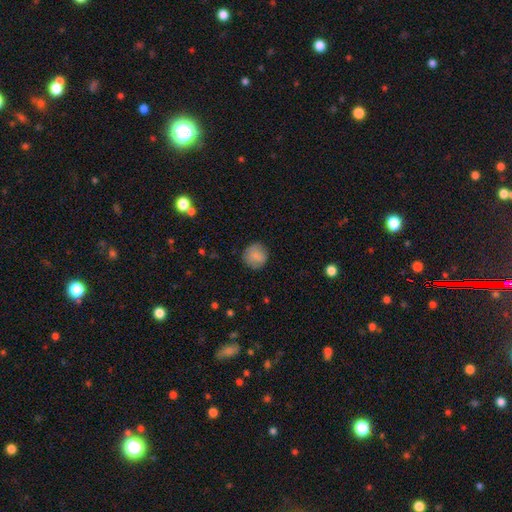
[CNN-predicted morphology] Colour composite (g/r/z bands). It shows a smooth galaxy with no disk features (84%) that is round (91%). Merging: none (83%).